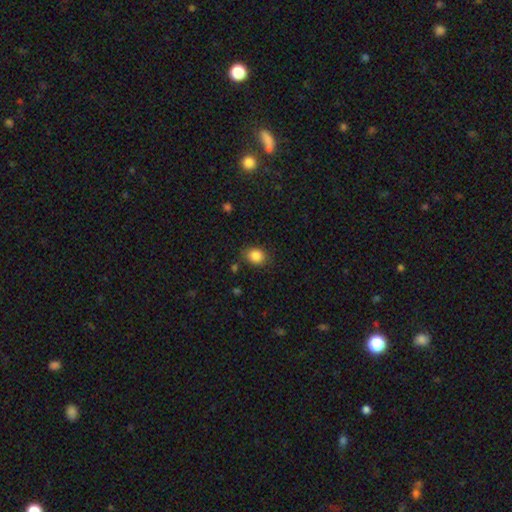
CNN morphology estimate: Smooth or featured? smooth (85%)
How rounded? round (54%)
Merging? none (81%)